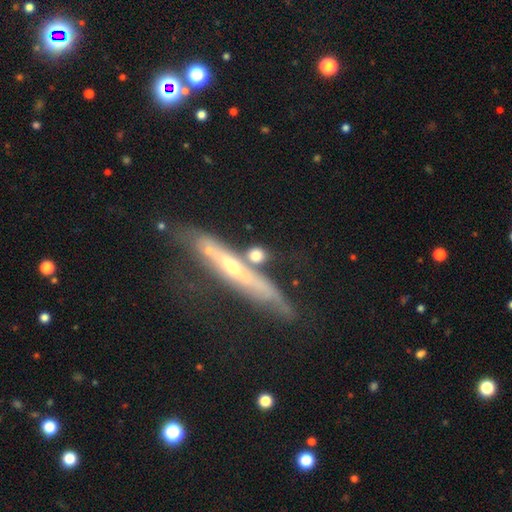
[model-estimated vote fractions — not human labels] Smooth or featured?
  - smooth: 60% *
  - featured or disk: 32%
  - star or artifact: 9%
How rounded?
  - round: 49% *
  - cigar-shaped: 27%
  - in between: 24%
Merging?
  - none: 61% *
  - merger: 18%
  - minor disturbance: 14%
  - major disturbance: 6%